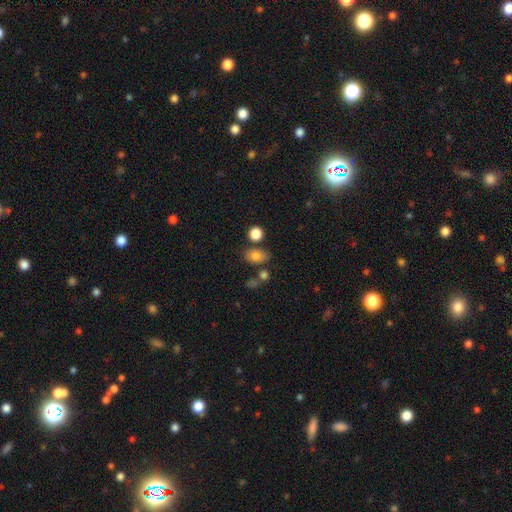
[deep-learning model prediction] Smooth or featured? smooth (81%)
How rounded? in between (74%)
Merging? none (69%)